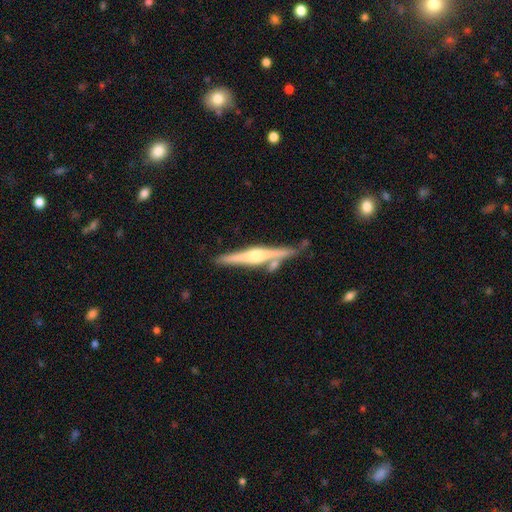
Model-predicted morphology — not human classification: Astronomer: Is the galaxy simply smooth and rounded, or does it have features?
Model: featured or disk — 76%.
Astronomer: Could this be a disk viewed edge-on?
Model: yes — 97%.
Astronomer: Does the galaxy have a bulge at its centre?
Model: rounded — 86%.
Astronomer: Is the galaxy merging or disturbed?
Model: none — 73%.